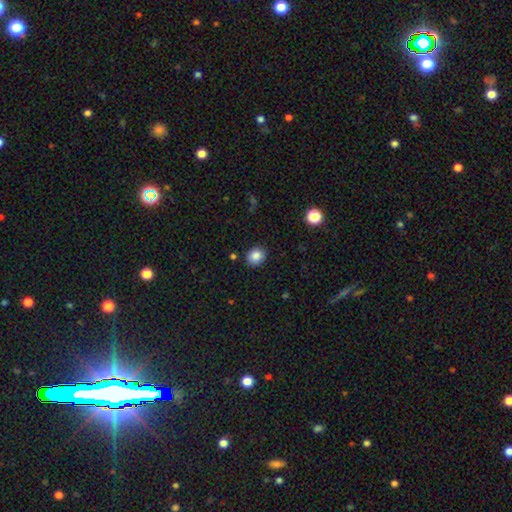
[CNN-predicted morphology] This appears to be a smooth galaxy with no disk features (85%) that is round (67%). Merging: none (88%).